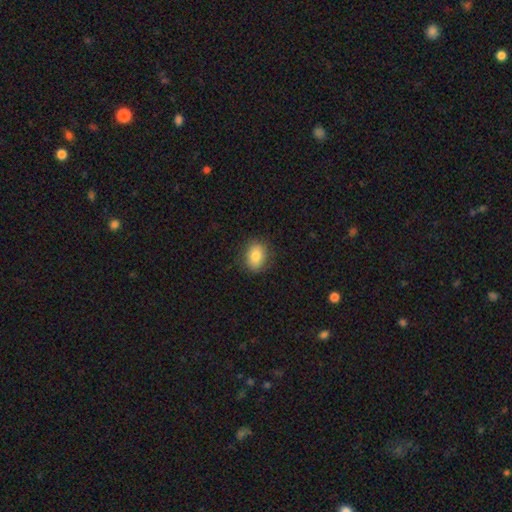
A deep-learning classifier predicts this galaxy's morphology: Smooth or featured: smooth — 82% (featured or disk — 10%)
How rounded: in between — 63% (round — 36%)
Merging: none — 85% (minor disturbance — 11%)